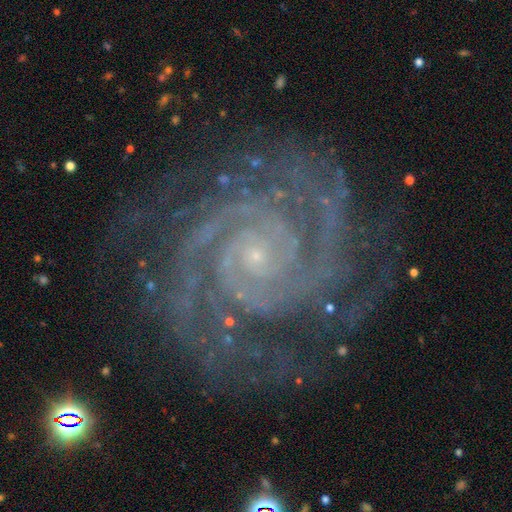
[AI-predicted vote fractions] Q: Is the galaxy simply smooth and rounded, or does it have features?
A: featured or disk — 92%.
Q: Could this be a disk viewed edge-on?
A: no — 98%.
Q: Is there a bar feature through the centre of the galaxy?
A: no — 69%.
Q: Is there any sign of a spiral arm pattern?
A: yes — 99%.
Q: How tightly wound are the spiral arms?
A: tight — 83%.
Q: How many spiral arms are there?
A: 2 — 56%.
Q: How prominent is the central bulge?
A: small — 87%.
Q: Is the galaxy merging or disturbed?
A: none — 79%.